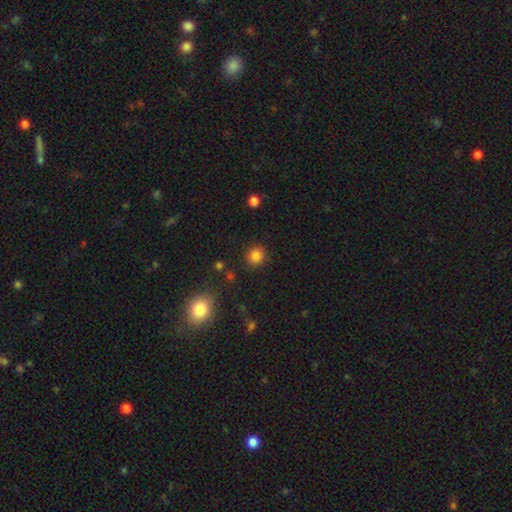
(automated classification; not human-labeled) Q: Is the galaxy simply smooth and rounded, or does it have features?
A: smooth — 82%.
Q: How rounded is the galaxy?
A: round — 86%.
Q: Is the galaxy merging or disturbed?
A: none — 88%.